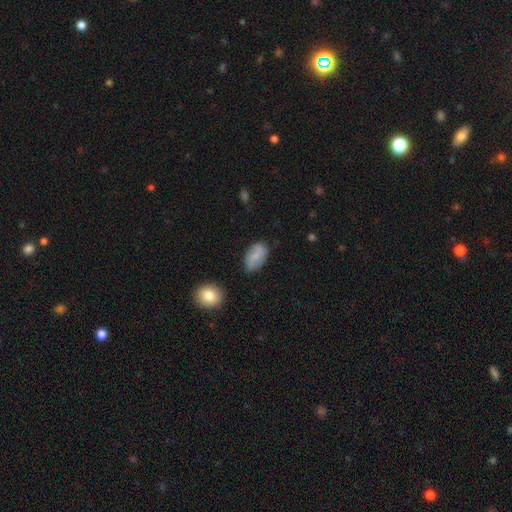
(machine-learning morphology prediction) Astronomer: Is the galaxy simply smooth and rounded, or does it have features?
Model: smooth — 67%.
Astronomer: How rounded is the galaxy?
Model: in between — 92%.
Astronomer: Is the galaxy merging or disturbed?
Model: none — 77%.